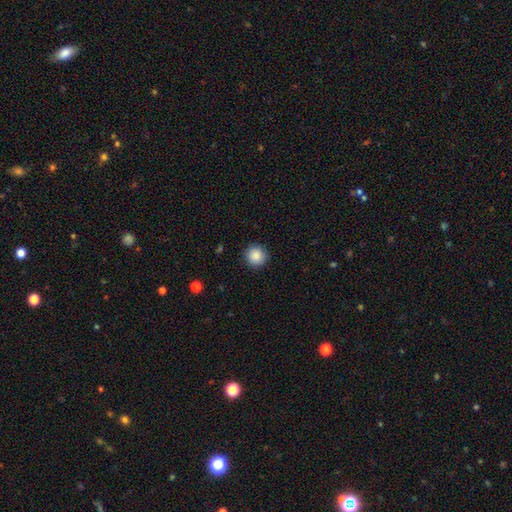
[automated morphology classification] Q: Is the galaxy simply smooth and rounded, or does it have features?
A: smooth — 88%.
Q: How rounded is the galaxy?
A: round — 95%.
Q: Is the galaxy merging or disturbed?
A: none — 91%.